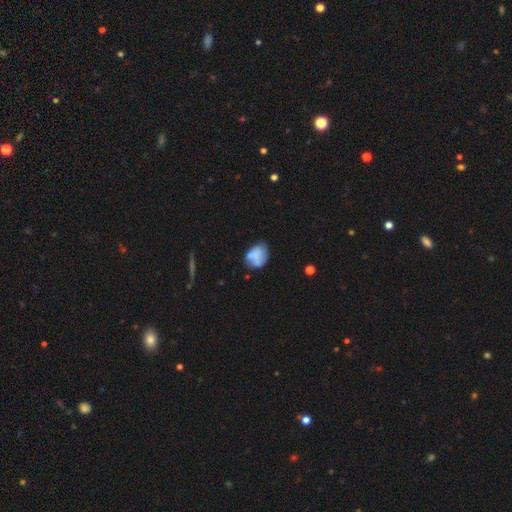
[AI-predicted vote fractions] This is likely a smooth galaxy (66%). How rounded: possibly in between (60%). Merging: possibly none (48%).